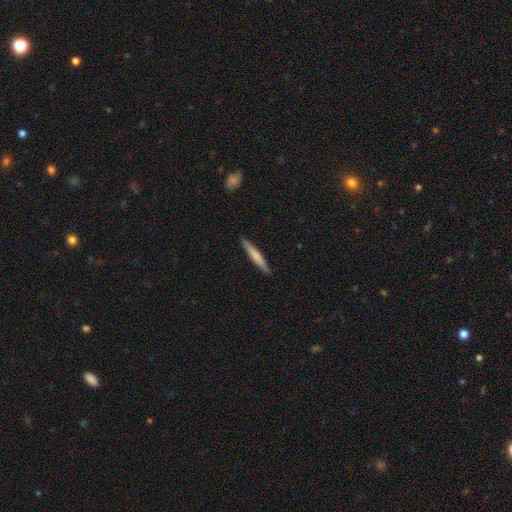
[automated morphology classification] smooth_or_featured: smooth (p=0.68) [alt: featured or disk p=0.27]
how_rounded: cigar-shaped (p=0.94) [alt: in between p=0.05]
merging: none (p=0.91) [alt: minor disturbance p=0.07]